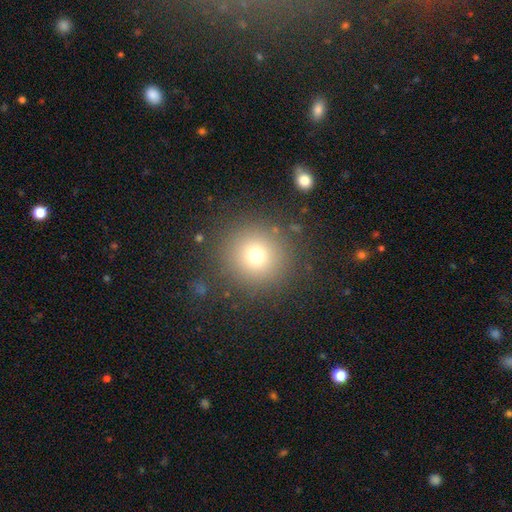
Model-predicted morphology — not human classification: A smooth galaxy with no disk features (72%) that is round (94%). Merging: none (87%).